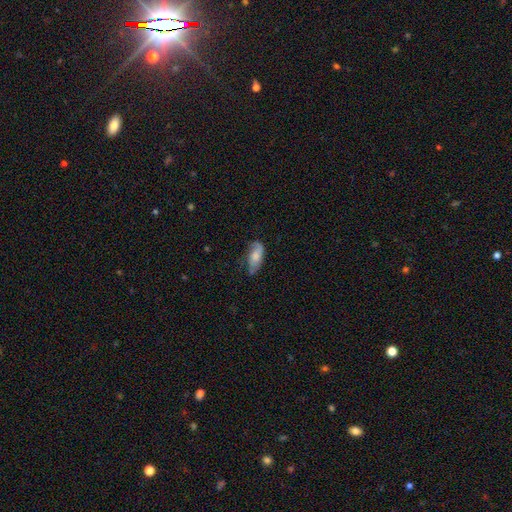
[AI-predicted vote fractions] A smooth galaxy with no disk features (58%) that is in between round and cigar-shaped (81%).

Vote fractions:
- Smooth or featured? smooth: 58% / featured or disk: 35% / star or artifact: 7%
- How rounded? in between: 81% / cigar-shaped: 15% / round: 3%
- Merging? none: 51% / minor disturbance: 32% / major disturbance: 15% / merger: 2%